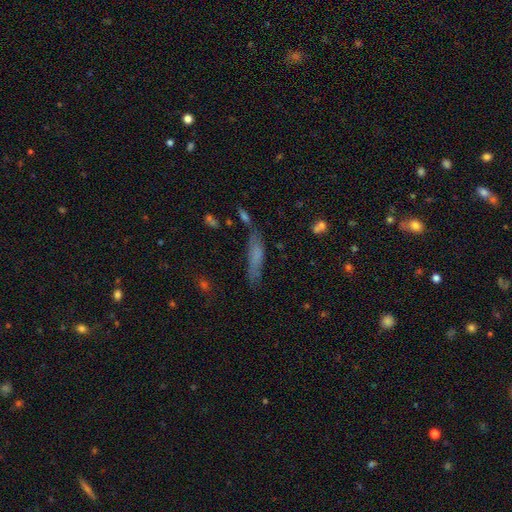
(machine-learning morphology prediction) smooth_or_featured: smooth (p=0.60) [alt: featured or disk p=0.25]
how_rounded: cigar-shaped (p=0.74) [alt: in between p=0.23]
merging: none (p=0.56) [alt: minor disturbance p=0.22]